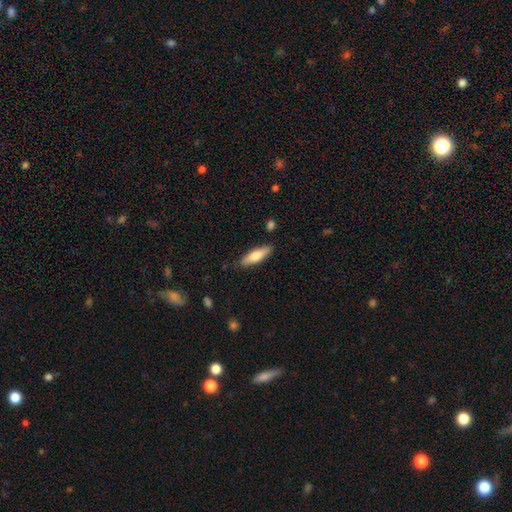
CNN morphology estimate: This is likely a smooth galaxy (72%). How rounded: possibly cigar-shaped (56%). Merging: clearly none (85%).